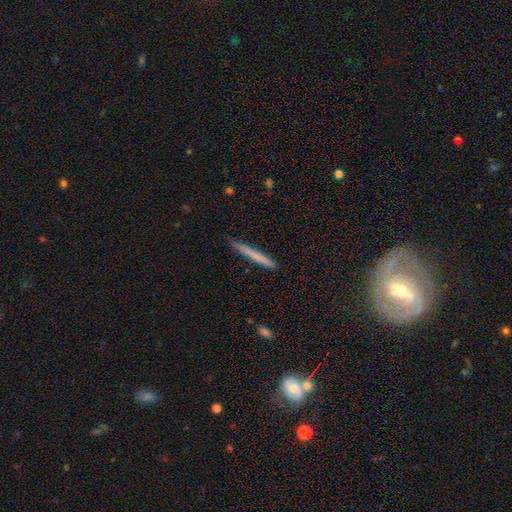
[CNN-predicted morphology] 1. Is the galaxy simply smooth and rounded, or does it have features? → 66% smooth, 28% featured or disk, 6% star or artifact.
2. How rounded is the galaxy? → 97% cigar-shaped, 2% in between, 1% round.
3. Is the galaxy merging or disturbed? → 86% none, 11% minor disturbance, 2% major disturbance, 1% merger.